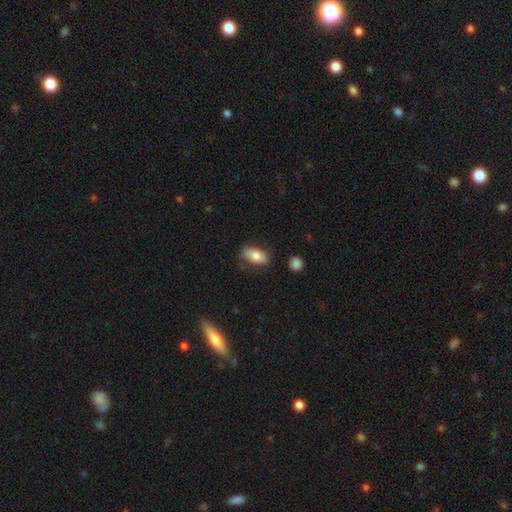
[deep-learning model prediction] smooth-or-featured: smooth: 78% | featured or disk: 16% | star or artifact: 7%
  how-rounded: in between: 90% | round: 5% | cigar-shaped: 5%
  merging: none: 76% | minor disturbance: 17% | major disturbance: 4% | merger: 2%